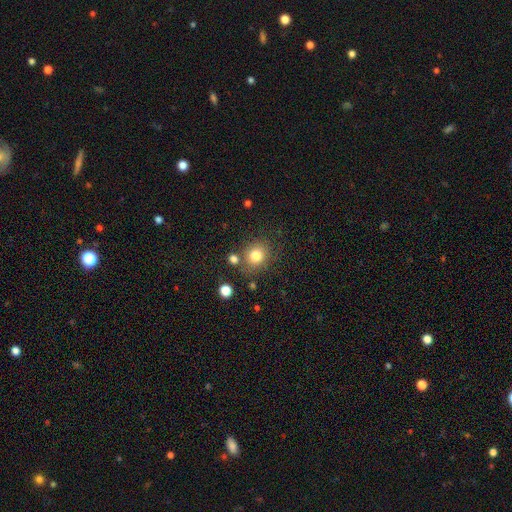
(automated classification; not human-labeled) Smooth or featured? Predicted: smooth (p=0.79). How rounded? Predicted: round (p=0.75). Merging? Predicted: none (p=0.74).